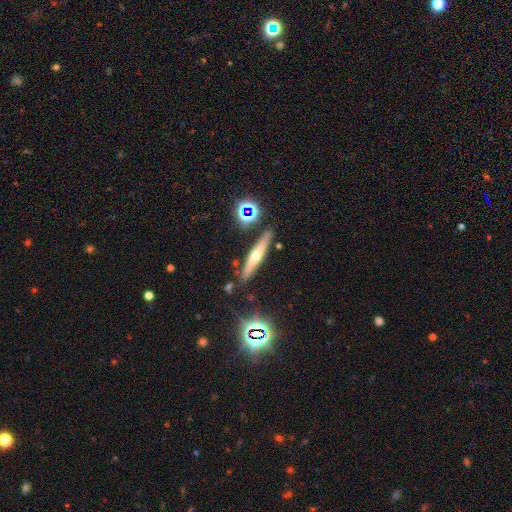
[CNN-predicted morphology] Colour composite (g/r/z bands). It shows a featured or disk galaxy (53%) viewed edge-on (93%). Merging: none (83%).